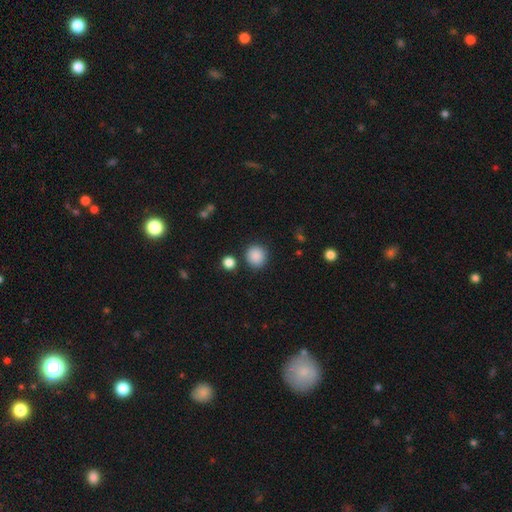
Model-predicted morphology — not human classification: Overall: smooth (88%). How rounded: round (89%). Merging: none (85%).